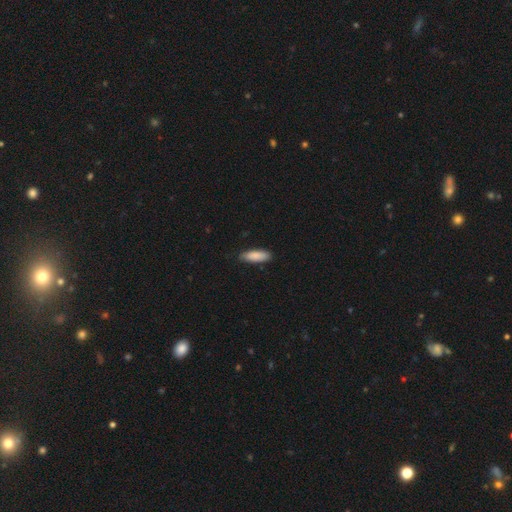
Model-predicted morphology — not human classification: This appears to be a smooth galaxy with no disk features (88%) that is in between round and cigar-shaped (60%). Merging: none (85%).